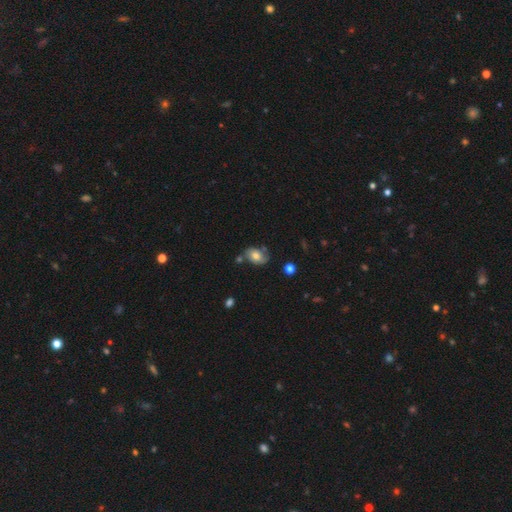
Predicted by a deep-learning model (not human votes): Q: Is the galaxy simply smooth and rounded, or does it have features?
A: smooth — 55%.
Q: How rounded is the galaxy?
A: in between — 77%.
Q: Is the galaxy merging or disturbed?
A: none — 56%.